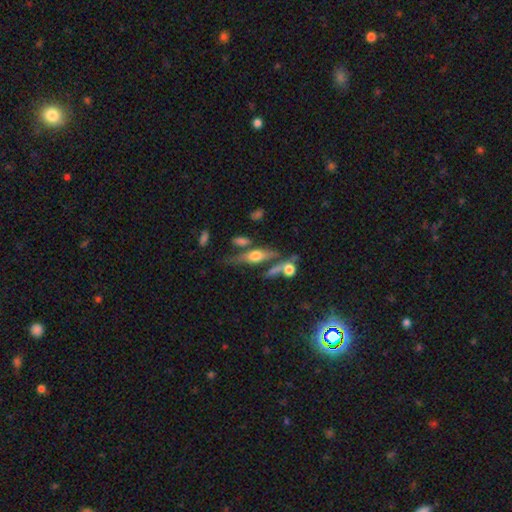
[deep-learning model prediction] Smooth or featured? featured or disk (67%)
Edge-on disk? yes (91%)
Edge-on bulge? rounded (92%)
Merging? none (66%)